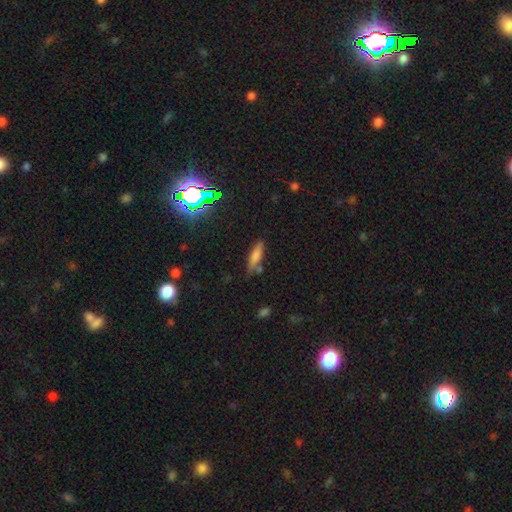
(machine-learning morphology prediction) smooth-or-featured: smooth: 62% | featured or disk: 23% | star or artifact: 14%
  how-rounded: cigar-shaped: 64% | in between: 33% | round: 3%
  merging: none: 70% | minor disturbance: 17% | merger: 8% | major disturbance: 5%